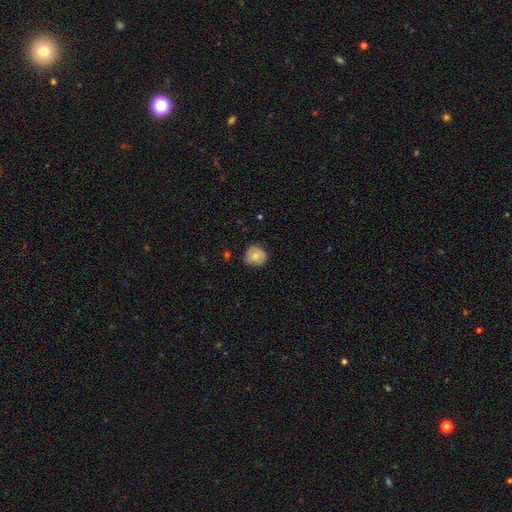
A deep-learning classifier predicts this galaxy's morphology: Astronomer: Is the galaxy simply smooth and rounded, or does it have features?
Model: smooth — 78%.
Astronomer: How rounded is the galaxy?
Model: round — 86%.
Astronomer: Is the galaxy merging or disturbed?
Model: none — 75%.